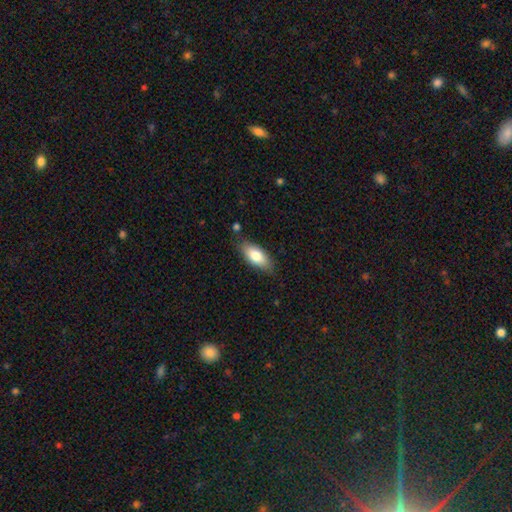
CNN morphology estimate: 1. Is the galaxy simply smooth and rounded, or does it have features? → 78% smooth, 15% featured or disk, 6% star or artifact.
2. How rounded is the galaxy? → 83% in between, 15% cigar-shaped, 2% round.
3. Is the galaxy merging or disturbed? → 81% none, 14% minor disturbance, 3% major disturbance, 2% merger.